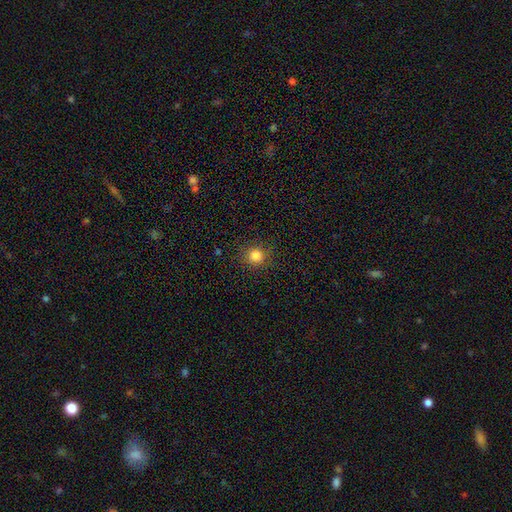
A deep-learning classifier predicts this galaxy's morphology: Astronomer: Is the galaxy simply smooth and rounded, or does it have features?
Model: smooth — 83%.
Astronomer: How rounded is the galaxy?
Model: round — 92%.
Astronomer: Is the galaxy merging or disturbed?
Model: none — 89%.